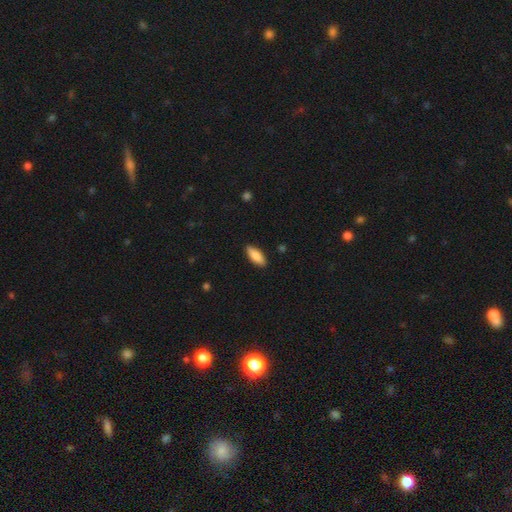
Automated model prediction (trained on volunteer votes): Smooth or featured: smooth — 85% (featured or disk — 10%)
How rounded: in between — 74% (cigar-shaped — 24%)
Merging: none — 88% (minor disturbance — 9%)